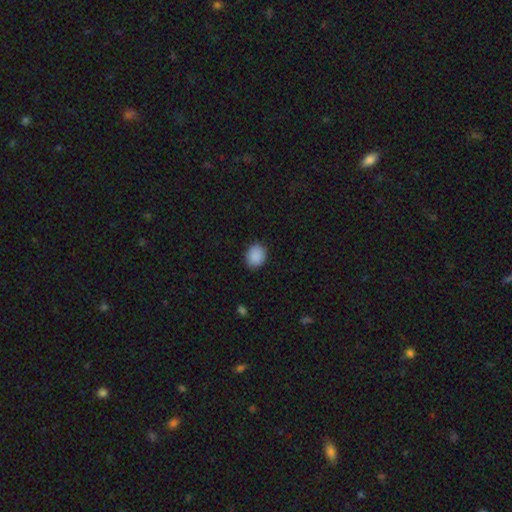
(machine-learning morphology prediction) Overall: smooth (89%). How rounded: round (60%; in between 39%). Merging: none (87%).